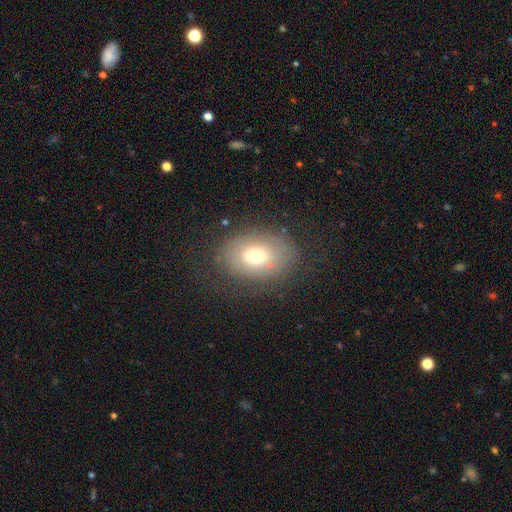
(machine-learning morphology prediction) Smooth or featured: smooth — 60% (featured or disk — 30%)
How rounded: in between — 77% (round — 22%)
Merging: none — 71% (minor disturbance — 17%)